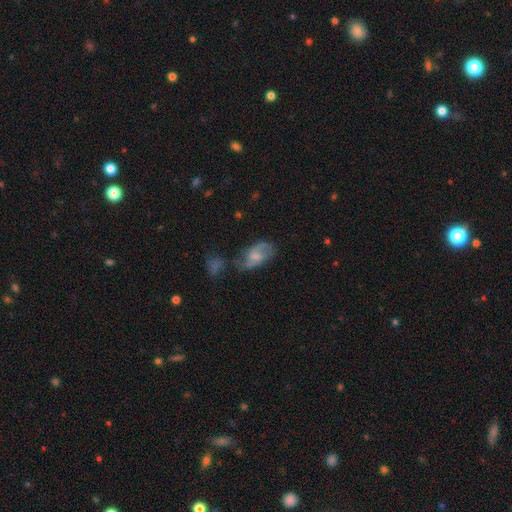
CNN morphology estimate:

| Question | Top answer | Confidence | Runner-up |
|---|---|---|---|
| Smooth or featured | featured or disk | 56% | smooth (36%) |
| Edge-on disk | no | 95% | yes (5%) |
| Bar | no | 46% | weak (45%) |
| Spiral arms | yes | 81% | no (19%) |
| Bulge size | small | 42% | moderate (37%) |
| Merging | none | 48% | minor disturbance (26%) |